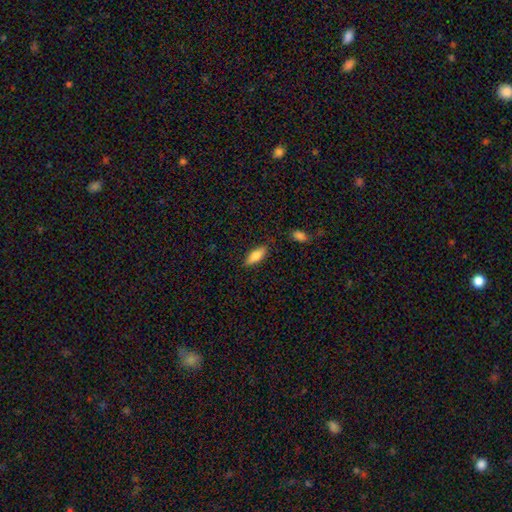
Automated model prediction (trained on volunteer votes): A smooth galaxy with no disk features (77%) that is in between round and cigar-shaped (70%). Merging: none (84%).